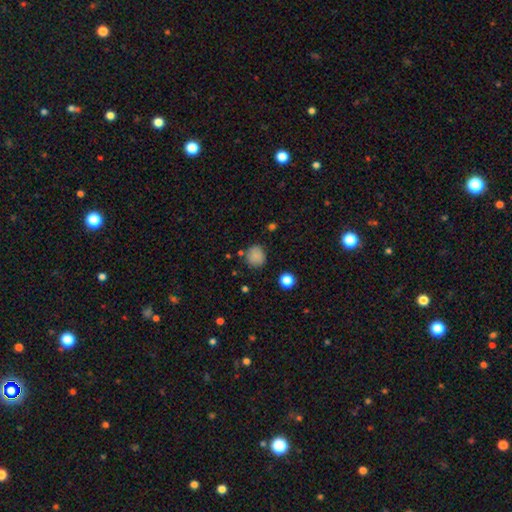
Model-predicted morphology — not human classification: Smooth or featured: smooth — 84% (star or artifact — 11%)
How rounded: round — 84% (in between — 15%)
Merging: none — 78% (minor disturbance — 15%)